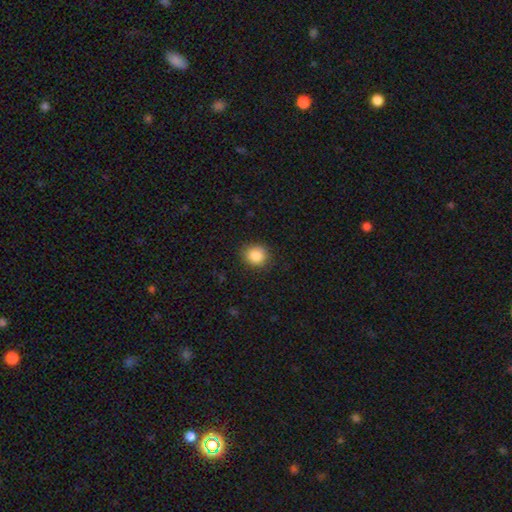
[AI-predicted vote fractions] Smooth or featured? Predicted: smooth (p=0.87). How rounded? Predicted: round (p=0.82). Merging? Predicted: none (p=0.85).